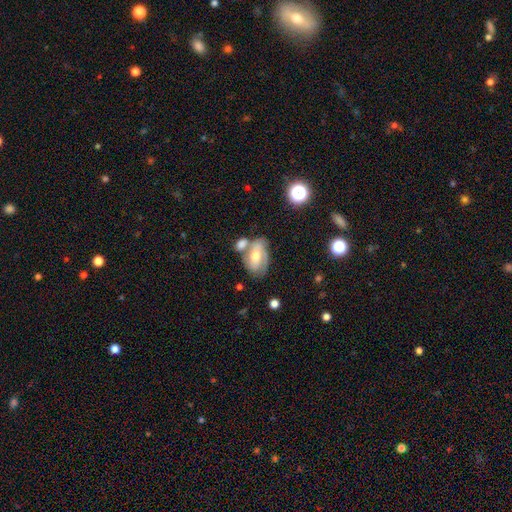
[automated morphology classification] type=featured or disk (54%); edge-on=no (92%); merging=none (37%).